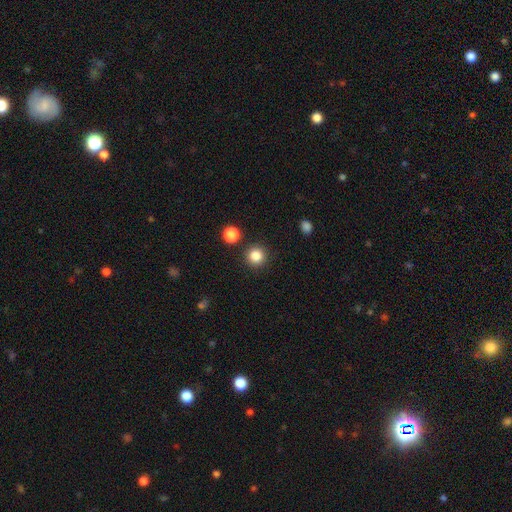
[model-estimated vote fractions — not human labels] smooth-or-featured: smooth: 85% | star or artifact: 11% | featured or disk: 4%
  how-rounded: round: 94% | in between: 5% | cigar-shaped: 1%
  merging: none: 88% | minor disturbance: 6% | merger: 3% | major disturbance: 2%